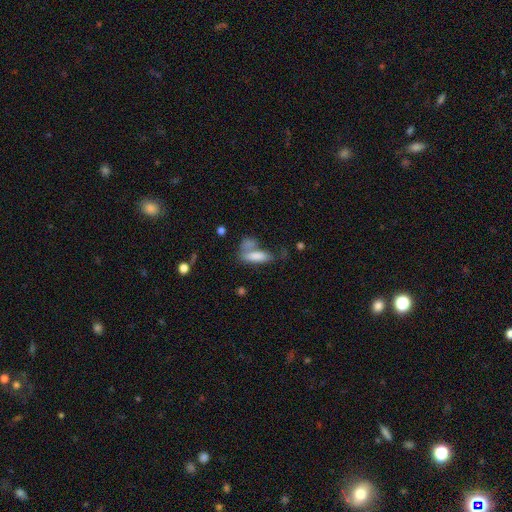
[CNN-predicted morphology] type=smooth (77%); roundness=in between (59%); merging=merger (38%).